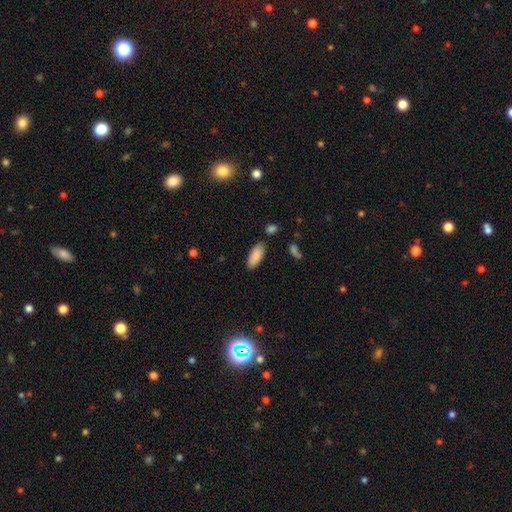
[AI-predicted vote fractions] This appears to be a smooth galaxy with no disk features (88%) that is in between round and cigar-shaped (82%). Merging: none (82%).